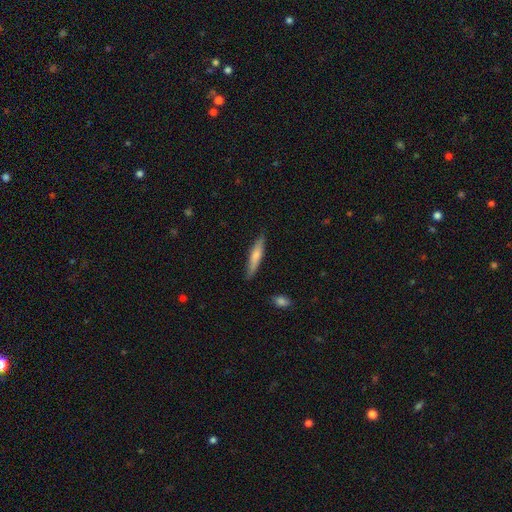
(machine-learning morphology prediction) smooth_or_featured: smooth (p=0.67) [alt: featured or disk p=0.27]
how_rounded: cigar-shaped (p=0.86) [alt: in between p=0.12]
merging: none (p=0.83) [alt: minor disturbance p=0.13]